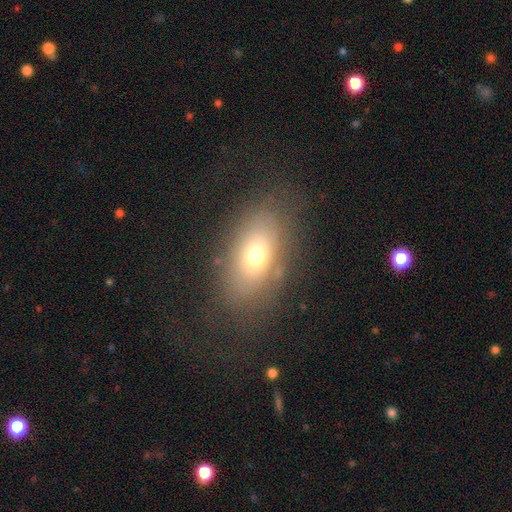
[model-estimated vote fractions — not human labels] This is possibly a smooth galaxy (55%). How rounded: clearly in between (86%). Merging: likely none (72%).